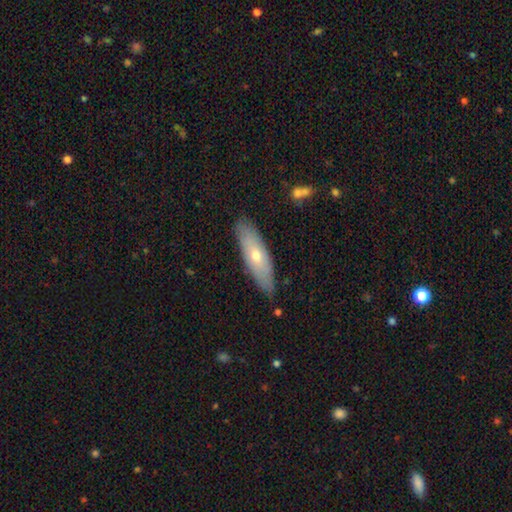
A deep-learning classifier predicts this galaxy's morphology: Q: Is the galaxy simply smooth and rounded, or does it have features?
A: smooth — 54%.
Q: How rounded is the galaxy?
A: cigar-shaped — 56%.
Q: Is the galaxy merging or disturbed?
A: none — 82%.